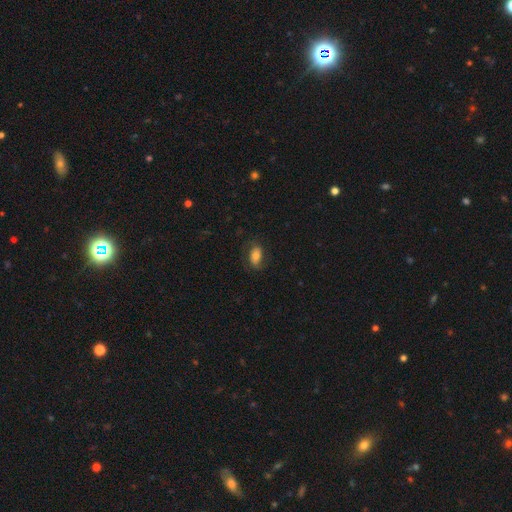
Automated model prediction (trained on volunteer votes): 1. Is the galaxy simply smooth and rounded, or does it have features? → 67% smooth, 24% featured or disk, 9% star or artifact.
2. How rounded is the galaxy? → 89% in between, 8% round, 3% cigar-shaped.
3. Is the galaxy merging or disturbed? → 70% none, 19% minor disturbance, 10% major disturbance, 1% merger.